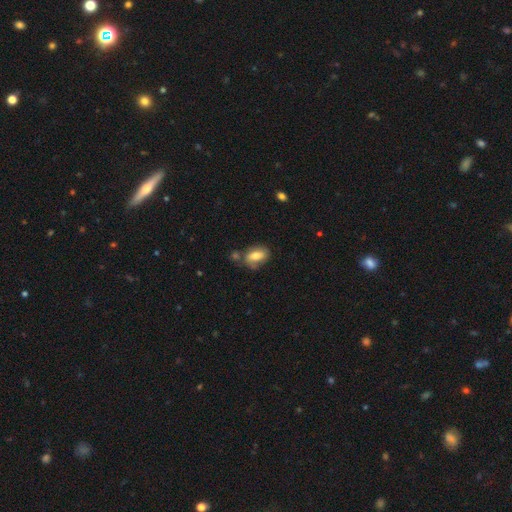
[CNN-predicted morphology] smooth 68%, featured or disk 24%, star or artifact 8%. Down the decision tree: how rounded — in between (87%); merging — none (56%).